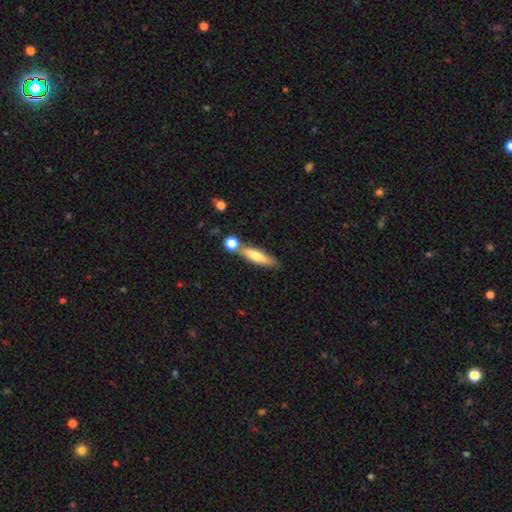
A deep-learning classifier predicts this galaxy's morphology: Smooth or featured? Predicted: smooth (p=0.65). How rounded? Predicted: cigar-shaped (p=0.66). Merging? Predicted: none (p=0.62).